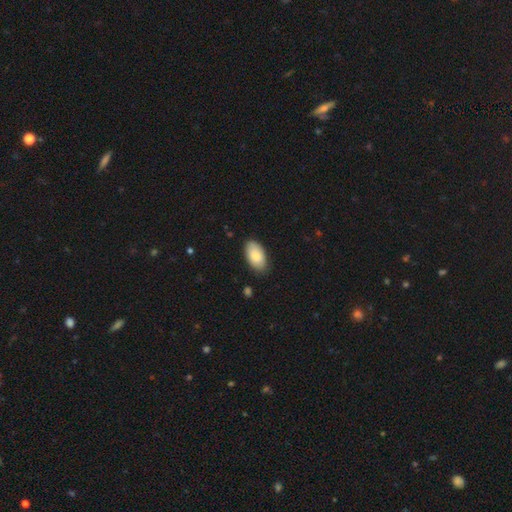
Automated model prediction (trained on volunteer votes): Morphology: type=smooth (83%); roundness=in between (95%); merging=none (83%).